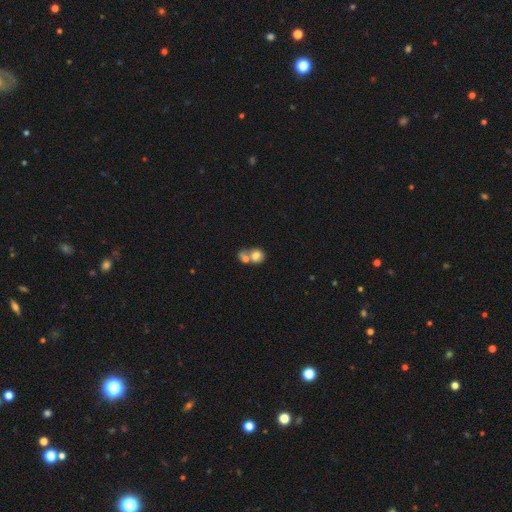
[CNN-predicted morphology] type=smooth (75%); roundness=round (66%); merging=merger (65%).